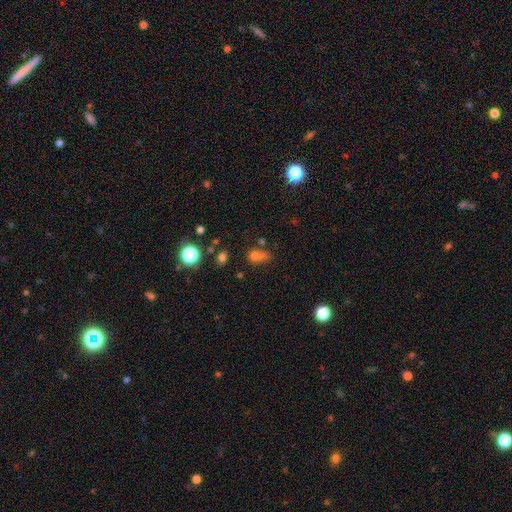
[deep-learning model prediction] Morphology: type=smooth (63%); roundness=round (49%); merging=none (41%).